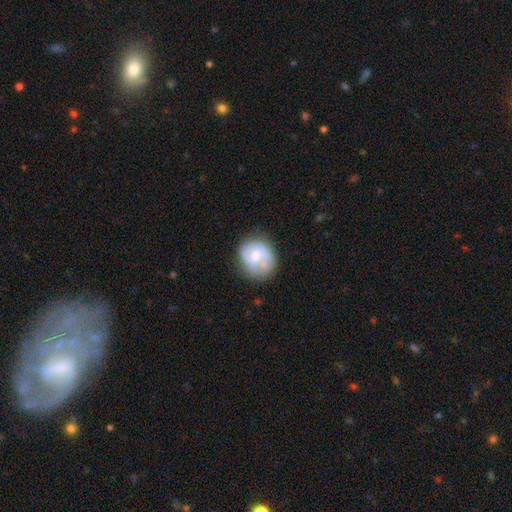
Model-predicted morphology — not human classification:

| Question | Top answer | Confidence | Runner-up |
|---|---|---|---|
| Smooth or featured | featured or disk | 59% | smooth (35%) |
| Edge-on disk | no | 98% | yes (2%) |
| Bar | no | 58% | weak (36%) |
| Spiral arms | yes | 84% | no (16%) |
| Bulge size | moderate | 56% | small (38%) |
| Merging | none | 72% | minor disturbance (19%) |